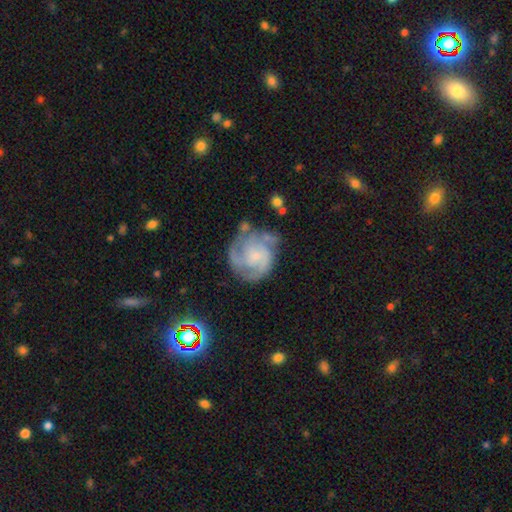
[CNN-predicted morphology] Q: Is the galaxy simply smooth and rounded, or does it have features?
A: featured or disk — 82%.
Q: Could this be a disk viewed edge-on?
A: no — 98%.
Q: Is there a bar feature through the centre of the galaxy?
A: no — 65%.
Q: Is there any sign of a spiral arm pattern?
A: yes — 95%.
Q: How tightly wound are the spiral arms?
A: tight — 52%.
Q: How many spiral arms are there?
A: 3 — 42%.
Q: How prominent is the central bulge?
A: small — 52%.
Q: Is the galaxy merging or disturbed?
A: none — 64%.